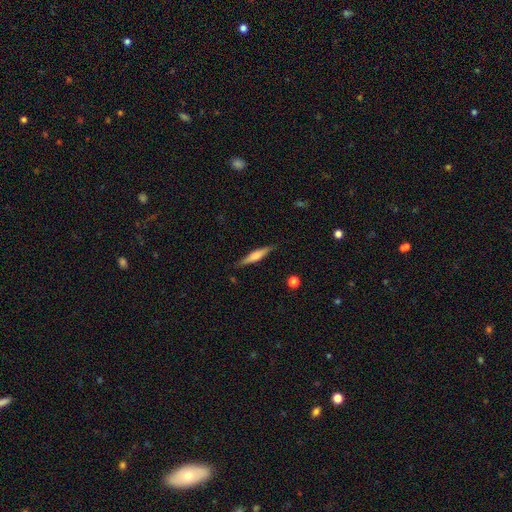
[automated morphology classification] Smooth or featured: smooth — 51% (featured or disk — 43%)
How rounded: cigar-shaped — 85% (in between — 13%)
Merging: none — 85% (minor disturbance — 11%)